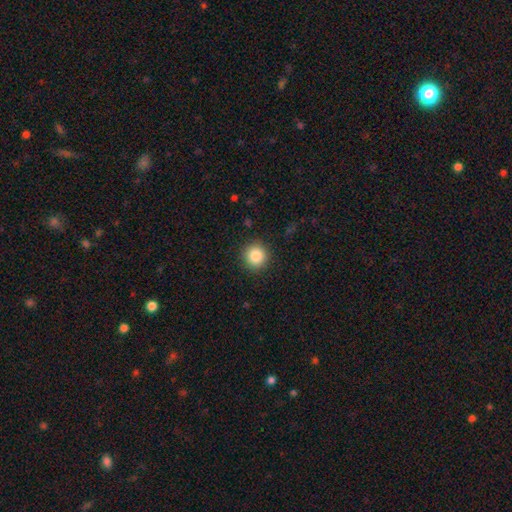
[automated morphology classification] Overall: smooth (85%). How rounded: round (93%). Merging: none (92%).